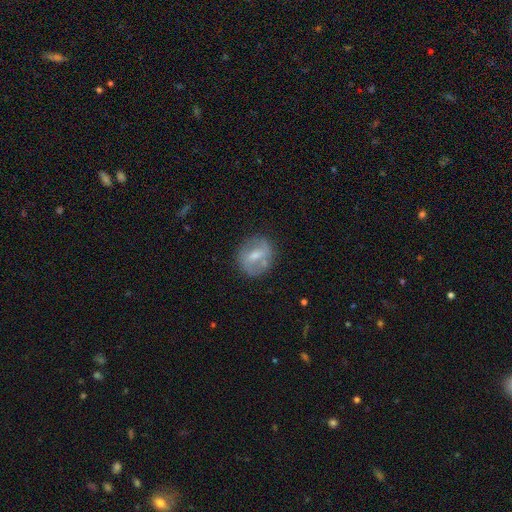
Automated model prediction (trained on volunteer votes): A featured or disk galaxy (51%).

Vote fractions:
- Smooth or featured? featured or disk: 51% / smooth: 42% / star or artifact: 7%
- Edge-on disk? no: 94% / yes: 6%
- Merging? none: 73% / minor disturbance: 17% / major disturbance: 6% / merger: 4%